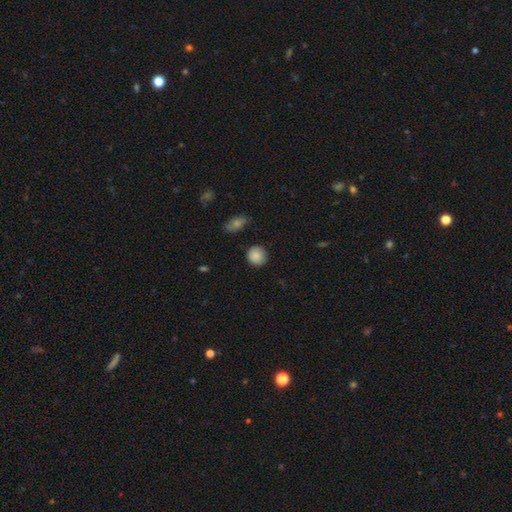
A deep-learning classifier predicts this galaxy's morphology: smooth_or_featured: smooth (p=0.87) [alt: star or artifact p=0.08]
how_rounded: round (p=0.88) [alt: in between p=0.11]
merging: none (p=0.84) [alt: minor disturbance p=0.12]